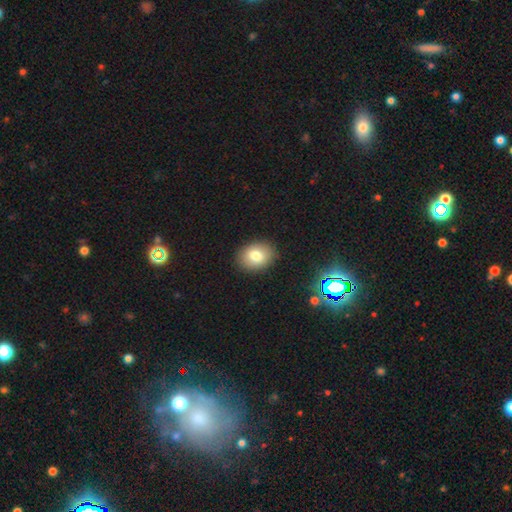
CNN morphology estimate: A smooth galaxy with no disk features (79%) that is in between round and cigar-shaped (60%).

Vote fractions:
- Smooth or featured? smooth: 79% / featured or disk: 11% / star or artifact: 10%
- How rounded? in between: 60% / round: 39% / cigar-shaped: 1%
- Merging? none: 88% / minor disturbance: 8% / major disturbance: 2% / merger: 1%